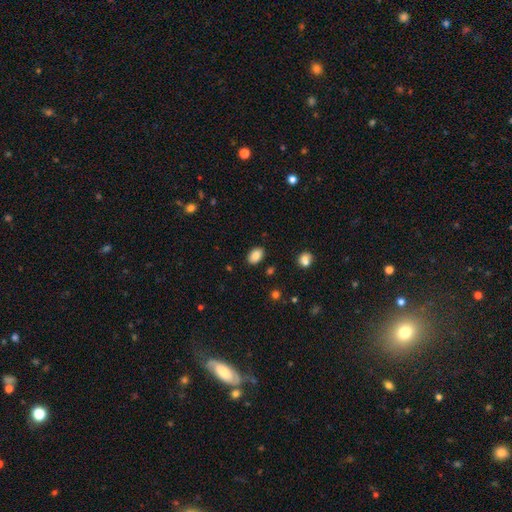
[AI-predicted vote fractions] A smooth galaxy with no disk features (87%) that is in between round and cigar-shaped (86%).

Vote fractions:
- Smooth or featured? smooth: 87% / star or artifact: 9% / featured or disk: 4%
- How rounded? in between: 86% / round: 13% / cigar-shaped: 1%
- Merging? none: 86% / minor disturbance: 10% / major disturbance: 3% / merger: 2%